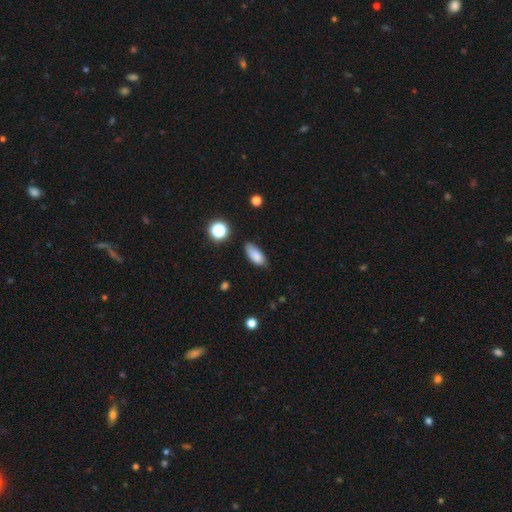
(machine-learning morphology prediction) smooth_or_featured: smooth (p=0.84) [alt: star or artifact p=0.09]
how_rounded: in between (p=0.84) [alt: cigar-shaped p=0.12]
merging: none (p=0.73) [alt: minor disturbance p=0.21]